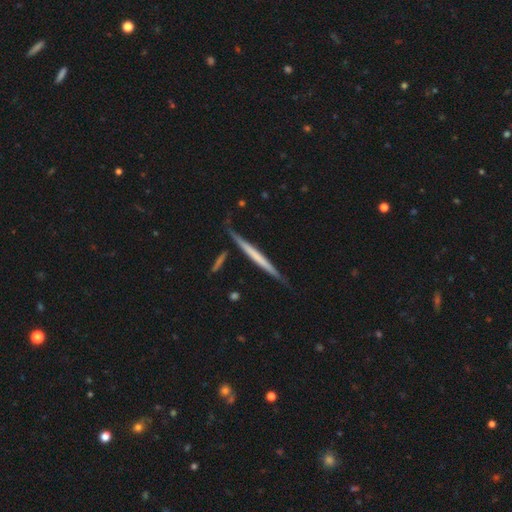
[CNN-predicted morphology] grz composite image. It shows a featured or disk galaxy (56%) viewed edge-on (97%) with no central bulge (85%). Merging: none (81%).